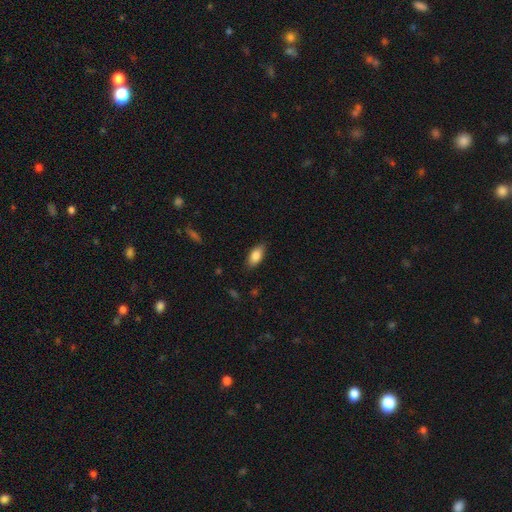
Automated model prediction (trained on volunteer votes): Q: Smooth or featured?
A: smooth (85%); runner-up: featured or disk (8%)
Q: How rounded?
A: in between (89%); runner-up: cigar-shaped (8%)
Q: Merging?
A: none (85%); runner-up: minor disturbance (12%)